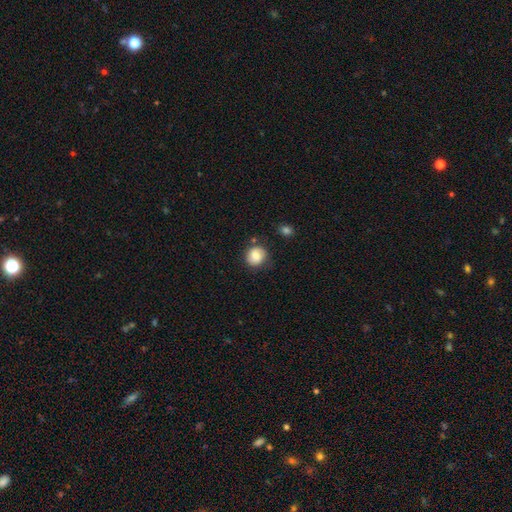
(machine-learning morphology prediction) Smooth or featured: smooth — 82% (featured or disk — 9%)
How rounded: round — 79% (in between — 20%)
Merging: none — 71% (minor disturbance — 20%)